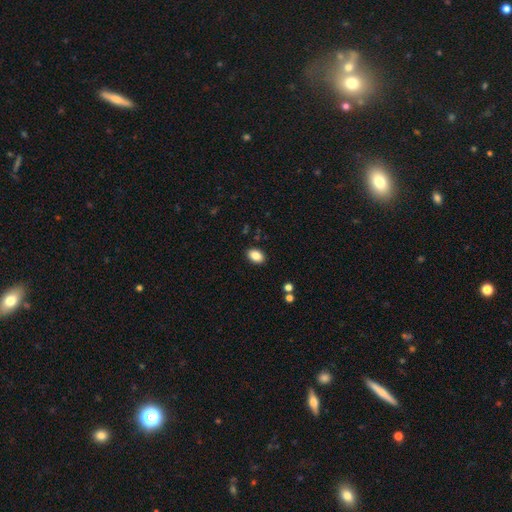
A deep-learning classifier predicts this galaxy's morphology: Smooth or featured?
  - smooth: 86% *
  - star or artifact: 8%
  - featured or disk: 5%
How rounded?
  - in between: 84% *
  - round: 15%
  - cigar-shaped: 1%
Merging?
  - none: 89% *
  - minor disturbance: 8%
  - major disturbance: 2%
  - merger: 1%